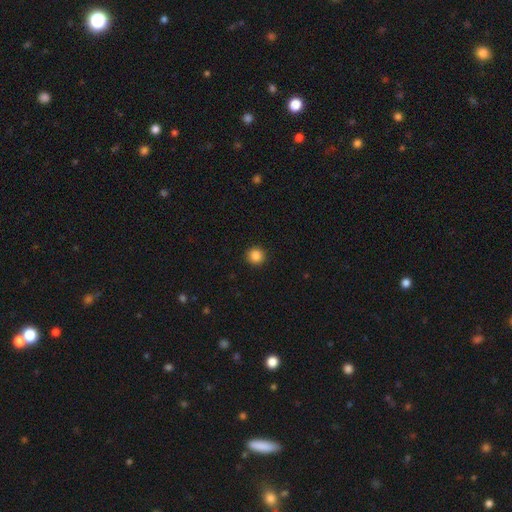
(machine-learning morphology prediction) A smooth galaxy with no disk features (86%) that is round (94%).

Vote fractions:
- Smooth or featured? smooth: 86% / star or artifact: 10% / featured or disk: 3%
- How rounded? round: 94% / in between: 5% / cigar-shaped: 1%
- Merging? none: 93% / minor disturbance: 4% / major disturbance: 2% / merger: 1%